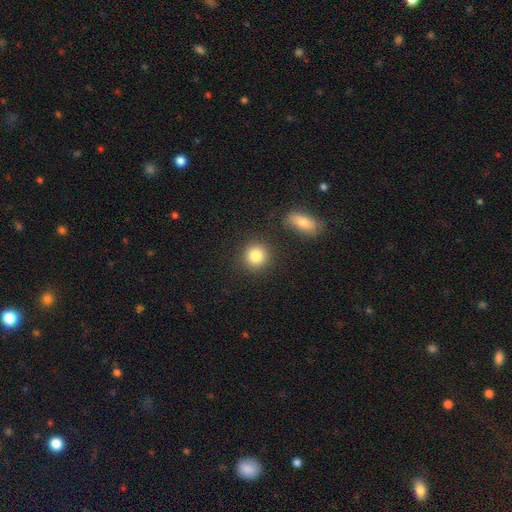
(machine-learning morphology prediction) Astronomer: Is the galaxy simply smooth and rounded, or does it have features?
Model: smooth — 84%.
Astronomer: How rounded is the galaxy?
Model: round — 88%.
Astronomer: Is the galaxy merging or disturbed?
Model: none — 85%.